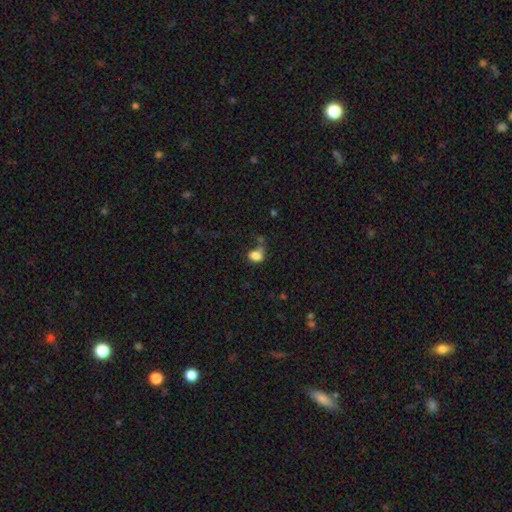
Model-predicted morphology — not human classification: Q: Smooth or featured?
A: smooth (82%); runner-up: star or artifact (11%)
Q: How rounded?
A: in between (65%); runner-up: round (34%)
Q: Merging?
A: none (47%); runner-up: minor disturbance (24%)